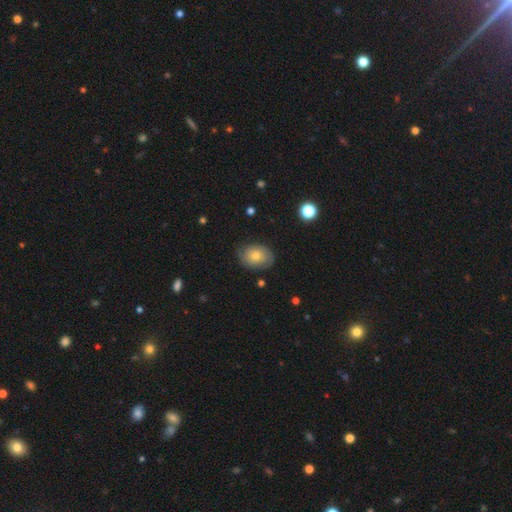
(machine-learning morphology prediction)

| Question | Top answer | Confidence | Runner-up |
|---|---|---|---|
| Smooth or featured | smooth | 45% | tied: featured or disk (45%) |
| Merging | none | 77% | minor disturbance (17%) |